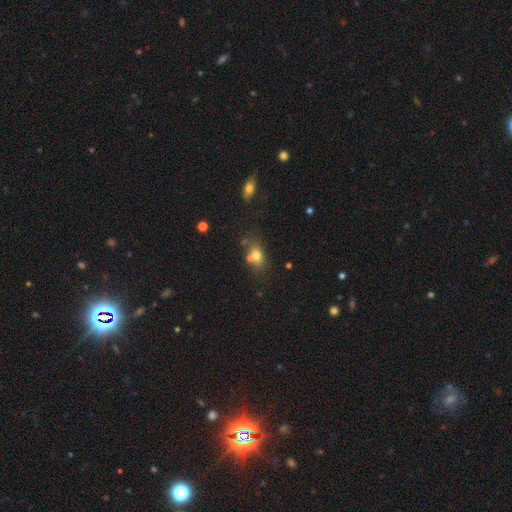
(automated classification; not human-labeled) Smooth or featured? Predicted: smooth (p=0.70). How rounded? Predicted: in between (p=0.71). Merging? Predicted: none (p=0.52).